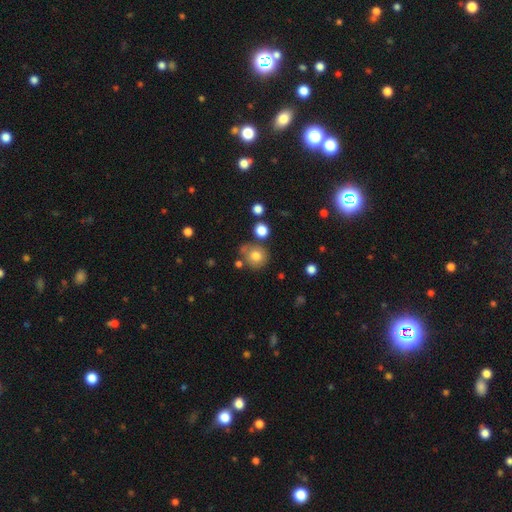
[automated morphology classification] Smooth or featured?
  - smooth: 79% *
  - star or artifact: 11%
  - featured or disk: 11%
How rounded?
  - round: 85% *
  - in between: 14%
  - cigar-shaped: 1%
Merging?
  - none: 68% *
  - minor disturbance: 15%
  - merger: 11%
  - major disturbance: 5%